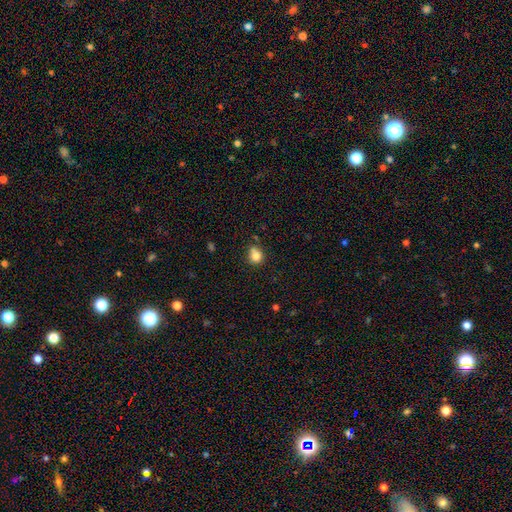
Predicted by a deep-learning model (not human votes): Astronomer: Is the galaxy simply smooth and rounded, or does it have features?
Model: smooth — 81%.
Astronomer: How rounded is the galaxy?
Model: round — 72%.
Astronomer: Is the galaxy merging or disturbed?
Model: none — 57%.